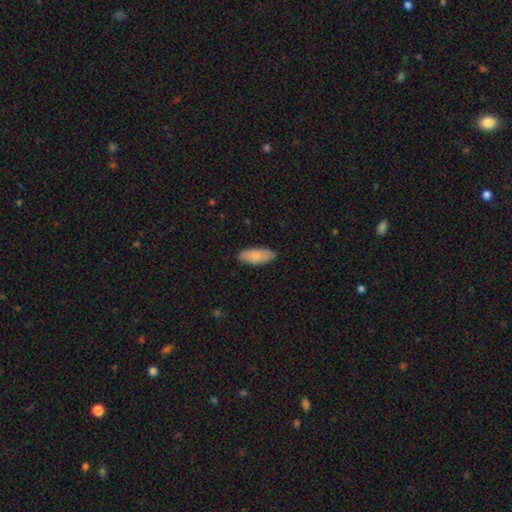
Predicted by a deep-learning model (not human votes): smooth-or-featured: smooth: 84% | featured or disk: 11% | star or artifact: 6%
  how-rounded: in between: 81% | cigar-shaped: 17% | round: 2%
  merging: none: 85% | minor disturbance: 12% | major disturbance: 2% | merger: 1%